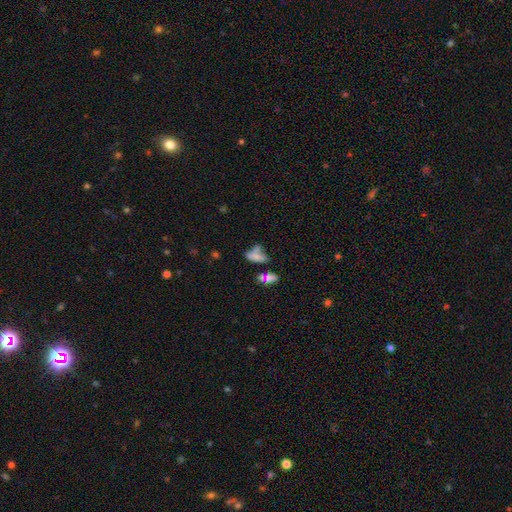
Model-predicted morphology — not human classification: smooth-or-featured: smooth: 66% | featured or disk: 20% | star or artifact: 15%
  how-rounded: in between: 77% | cigar-shaped: 15% | round: 7%
  merging: merger: 34% | none: 31% | minor disturbance: 19% | major disturbance: 16%